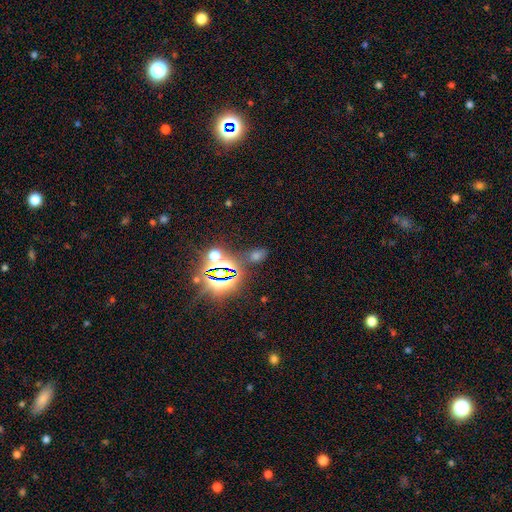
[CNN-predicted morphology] type=star or artifact (56%).